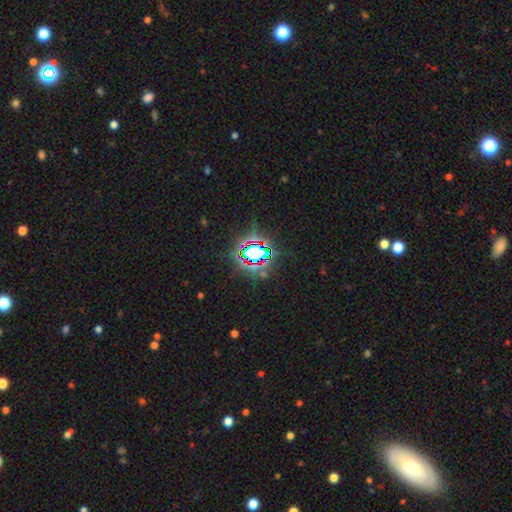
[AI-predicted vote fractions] This appears to be a star or artifact, not a galaxy (75%).